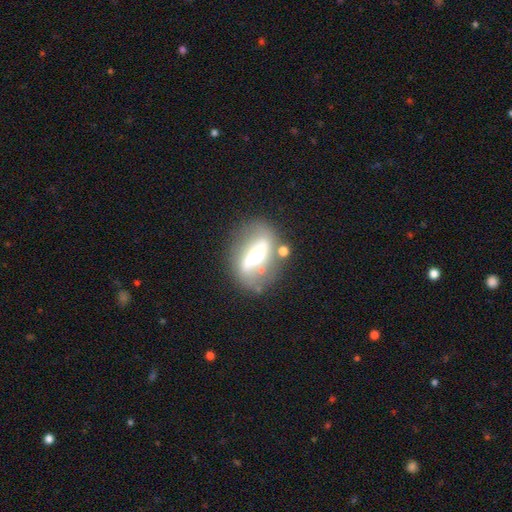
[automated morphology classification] Smooth or featured? featured or disk (65%)
Edge-on disk? no (85%)
Bar? strong (56%)
Spiral arms? yes (56%)
Bulge size? moderate (35%)
Merging? none (58%)